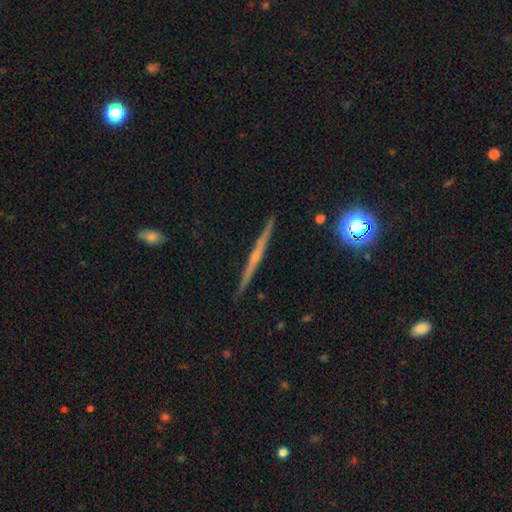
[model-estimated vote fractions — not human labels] This is likely a featured or disk galaxy (75%). It is clearly viewed edge-on (98%). Edge-on bulge: possibly rounded (59%). Merging: clearly none (92%).